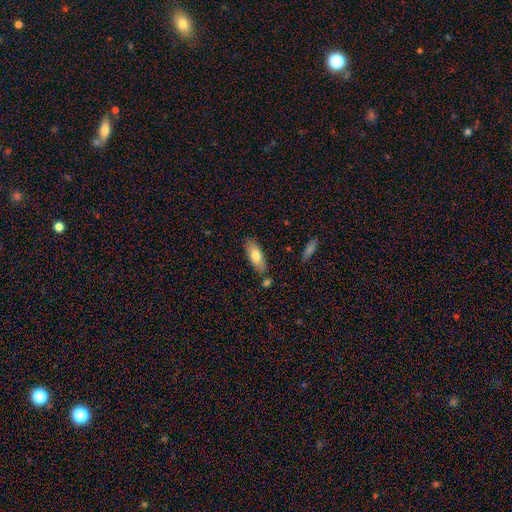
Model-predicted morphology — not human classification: Overall: smooth (76%). How rounded: in between (78%). Merging: none (79%).